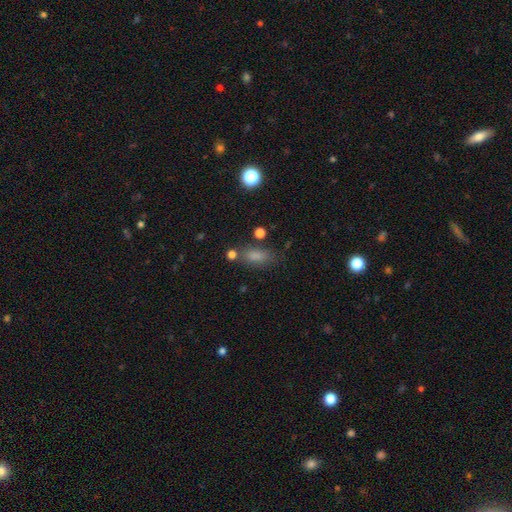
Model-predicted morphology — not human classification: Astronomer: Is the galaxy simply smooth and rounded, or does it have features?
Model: smooth — 80%.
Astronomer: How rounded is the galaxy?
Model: in between — 74%.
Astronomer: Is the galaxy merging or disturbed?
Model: none — 67%.